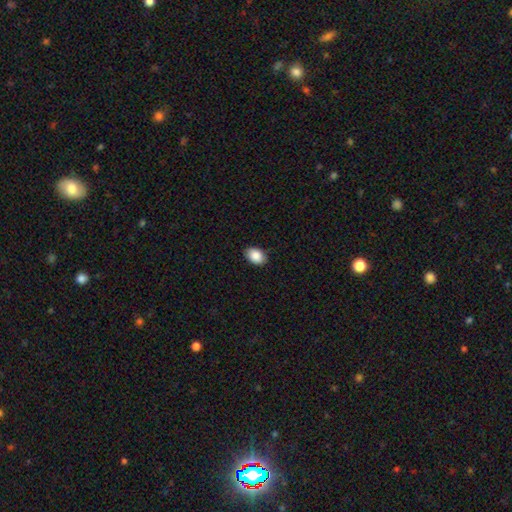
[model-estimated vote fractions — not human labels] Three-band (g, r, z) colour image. It shows a smooth galaxy with no disk features (88%) that is in between round and cigar-shaped (85%). Merging: none (85%).